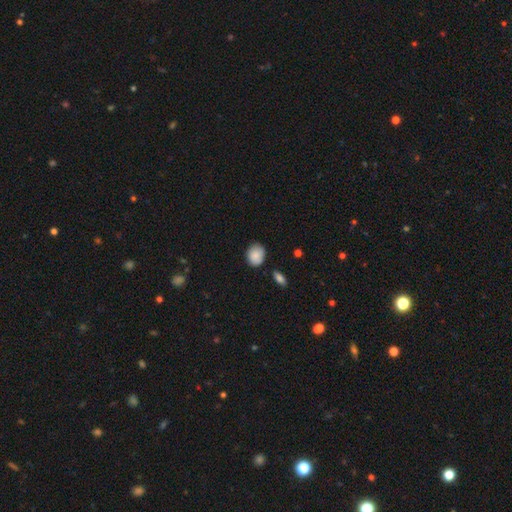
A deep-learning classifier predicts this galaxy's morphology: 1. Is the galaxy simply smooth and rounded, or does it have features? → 87% smooth, 7% star or artifact, 6% featured or disk.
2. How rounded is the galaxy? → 51% round, 47% in between, 1% cigar-shaped.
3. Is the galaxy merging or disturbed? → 78% none, 17% minor disturbance, 3% major disturbance, 3% merger.